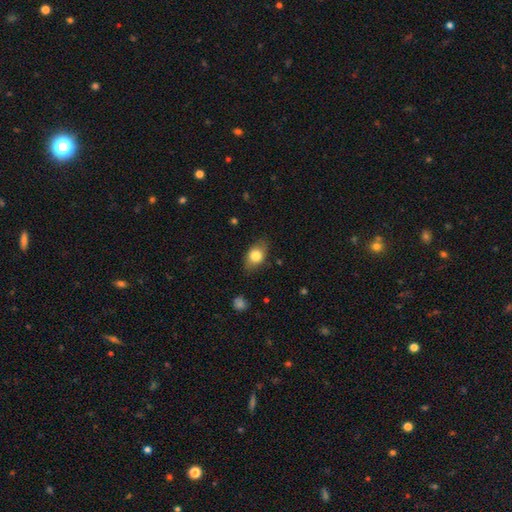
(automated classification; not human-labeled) Smooth or featured? Predicted: smooth (p=0.78). How rounded? Predicted: in between (p=0.81). Merging? Predicted: none (p=0.78).